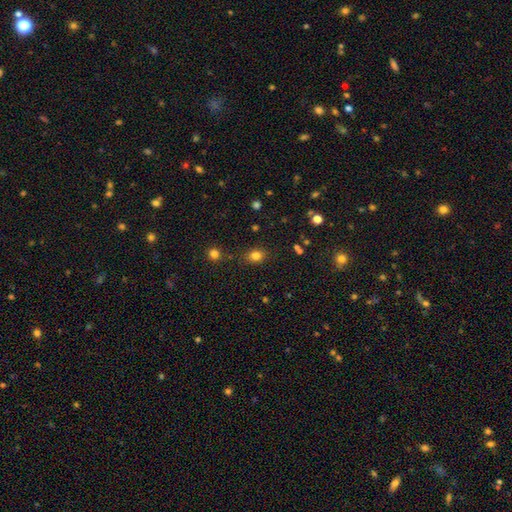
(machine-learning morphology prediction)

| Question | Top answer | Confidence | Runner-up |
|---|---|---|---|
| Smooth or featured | smooth | 81% | star or artifact (14%) |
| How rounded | round | 54% | in between (45%) |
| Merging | none | 82% | minor disturbance (12%) |